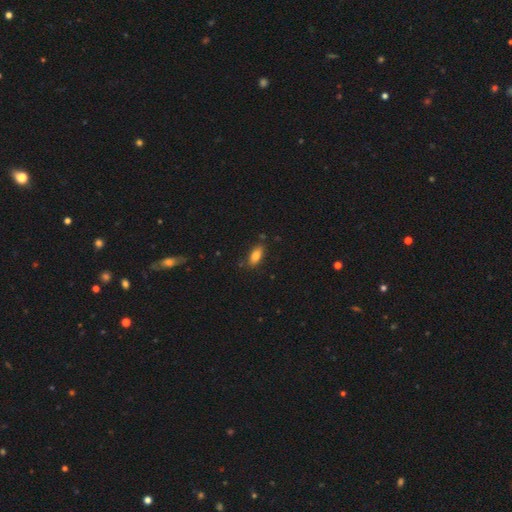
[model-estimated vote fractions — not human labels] smooth 82%, featured or disk 10%, star or artifact 8%. Down the decision tree: how rounded — in between (84%); merging — none (81%).